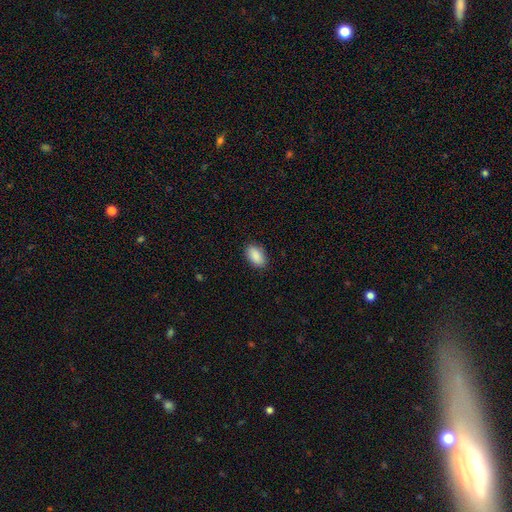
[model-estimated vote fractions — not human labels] This appears to be a smooth galaxy with no disk features (90%) that is in between round and cigar-shaped (92%). Merging: none (87%).